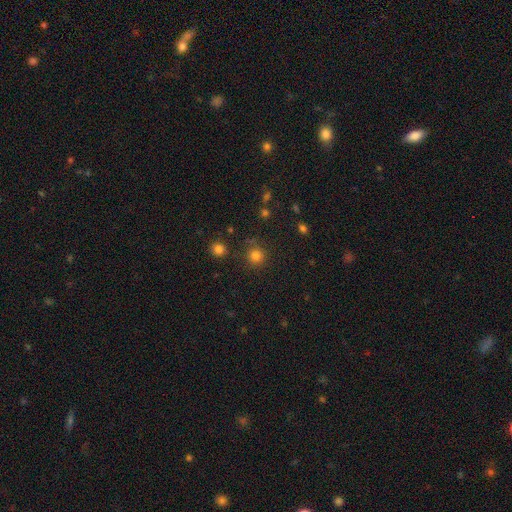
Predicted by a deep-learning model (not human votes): smooth 81%, star or artifact 15%, featured or disk 4%. Down the decision tree: how rounded — round (94%); merging — none (84%).